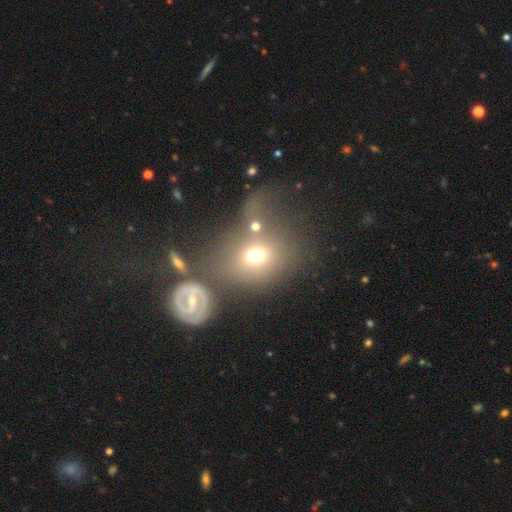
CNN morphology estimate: Smooth or featured: smooth — 64% (featured or disk — 21%)
How rounded: round — 57% (in between — 42%)
Merging: merger — 37% (none — 35%)